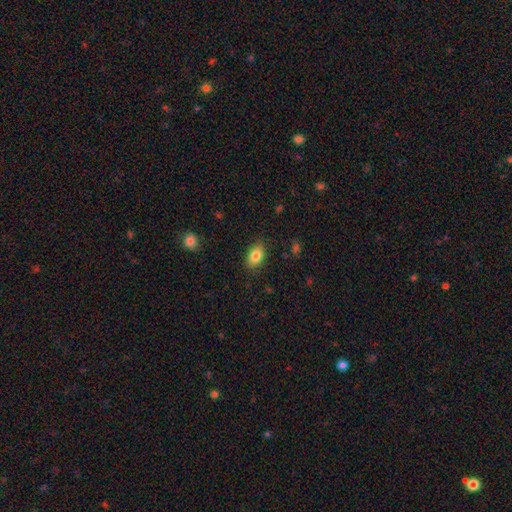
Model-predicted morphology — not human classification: The model was most divided on "merging": none: 85%, minor disturbance: 11%, major disturbance: 3%, merger: 1%. More confident: how rounded — in between (86%); smooth or featured — smooth (83%).